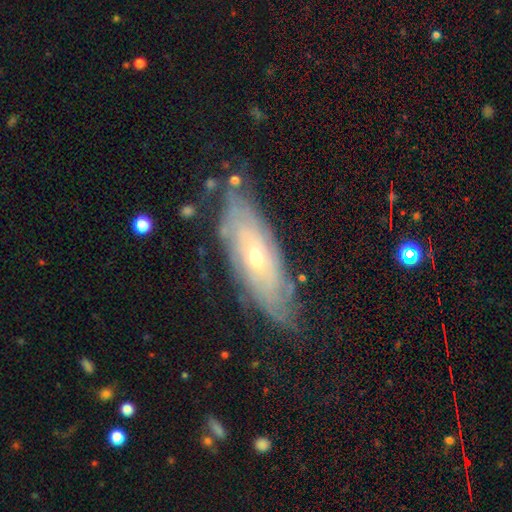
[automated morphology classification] Smooth or featured: featured or disk — 74% (smooth — 19%)
Edge-on disk: no — 79% (yes — 21%)
Bar: no — 80% (weak — 16%)
Spiral arms: yes — 82% (no — 18%)
Bulge size: small — 59% (moderate — 38%)
Merging: none — 76% (minor disturbance — 17%)